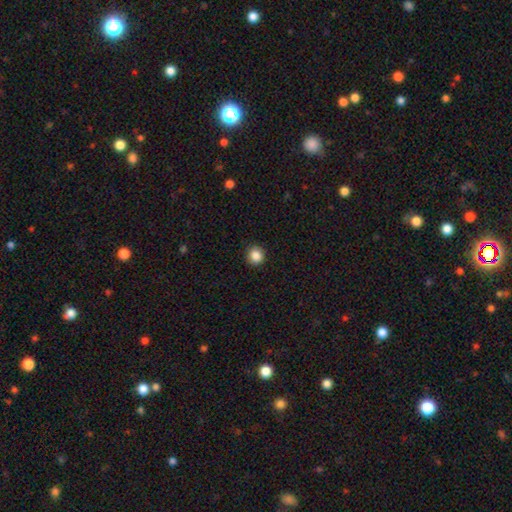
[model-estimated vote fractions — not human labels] The model was most divided on "smooth or featured": smooth: 86%, star or artifact: 10%, featured or disk: 4%. More confident: merging — none (91%); how rounded — round (90%).